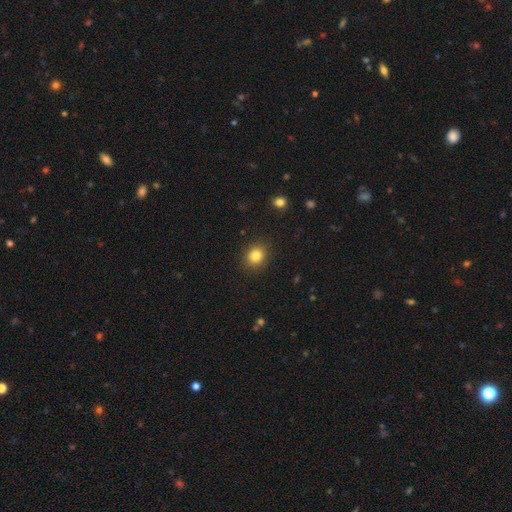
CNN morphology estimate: smooth_or_featured: smooth (p=0.84) [alt: star or artifact p=0.11]
how_rounded: round (p=0.72) [alt: in between p=0.27]
merging: none (p=0.89) [alt: minor disturbance p=0.07]